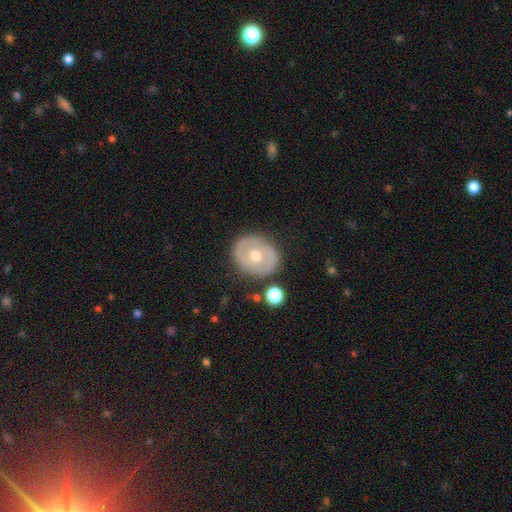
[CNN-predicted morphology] A featured or disk galaxy (55%) with no bar (78%), no spiral arms (71%) and a moderate central bulge (77%).

Vote fractions:
- Smooth or featured? featured or disk: 55% / smooth: 38% / star or artifact: 6%
- Edge-on disk? no: 95% / yes: 5%
- Bar? no: 78% / weak: 16% / strong: 5%
- Spiral arms? no: 71% / yes: 29%
- Bulge size? moderate: 77% / small: 12% / large: 8% / none: 1% / dominant: 1%
- Merging? none: 83% / minor disturbance: 11% / major disturbance: 3% / merger: 3%